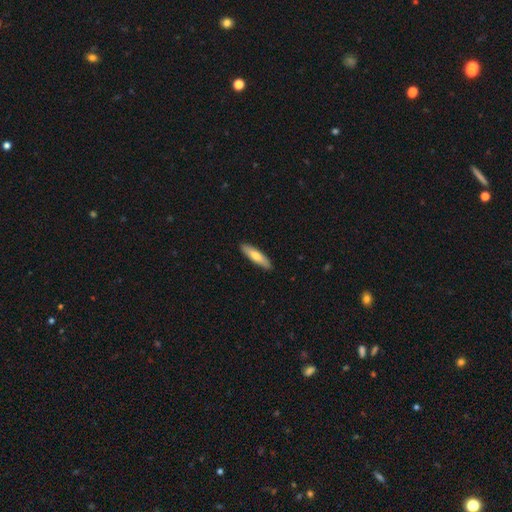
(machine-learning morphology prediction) Overall: smooth (68%). How rounded: cigar-shaped (74%). Merging: none (90%).